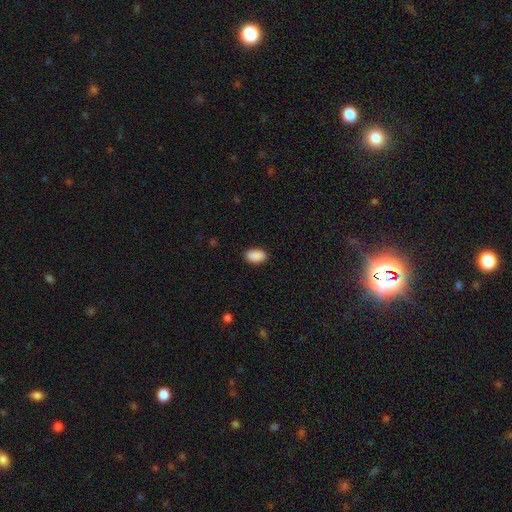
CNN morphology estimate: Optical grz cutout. It shows a smooth galaxy with no disk features (91%) that is in between round and cigar-shaped (93%). Merging: none (89%).